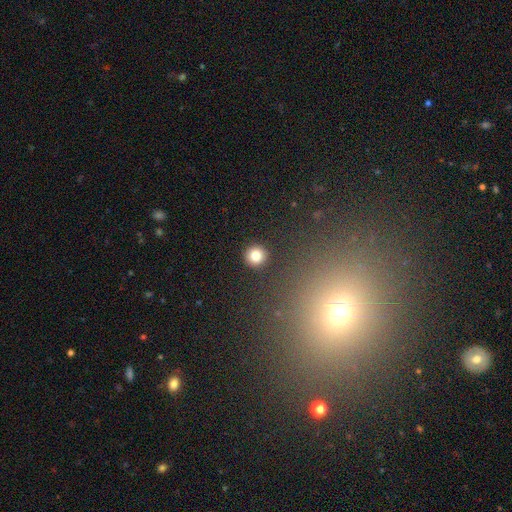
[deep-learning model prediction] smooth-or-featured: smooth: 81% | star or artifact: 12% | featured or disk: 7%
  how-rounded: round: 93% | in between: 6% | cigar-shaped: 1%
  merging: none: 92% | minor disturbance: 5% | major disturbance: 2% | merger: 2%